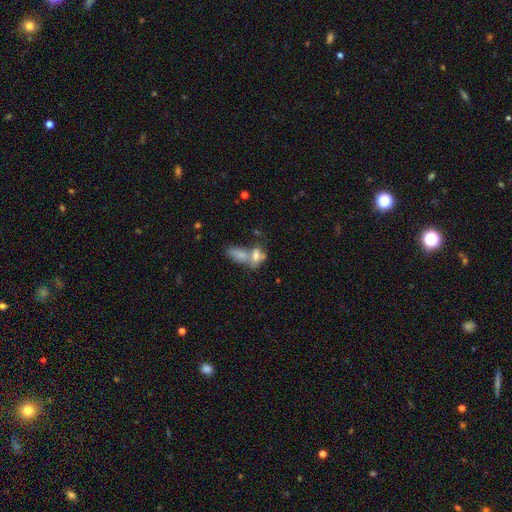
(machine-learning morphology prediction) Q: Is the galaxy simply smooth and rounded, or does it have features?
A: smooth — 68%.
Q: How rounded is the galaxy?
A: in between — 81%.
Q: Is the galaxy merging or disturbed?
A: merger — 61%.